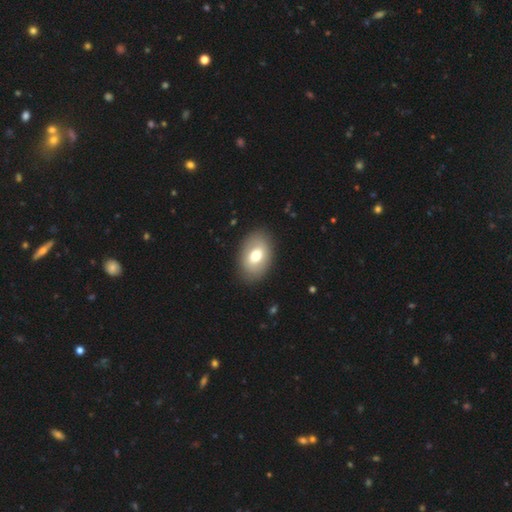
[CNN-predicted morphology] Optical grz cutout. It shows a smooth galaxy with no disk features (67%) that is in between round and cigar-shaped (84%). Merging: none (87%).